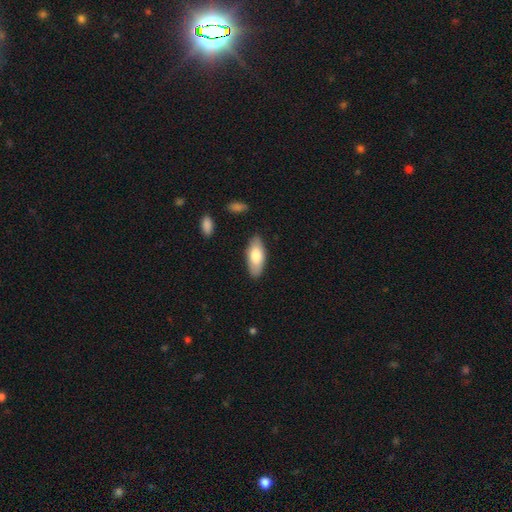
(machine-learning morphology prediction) Q: Smooth or featured?
A: smooth (76%); runner-up: featured or disk (19%)
Q: How rounded?
A: in between (85%); runner-up: cigar-shaped (13%)
Q: Merging?
A: none (85%); runner-up: minor disturbance (11%)